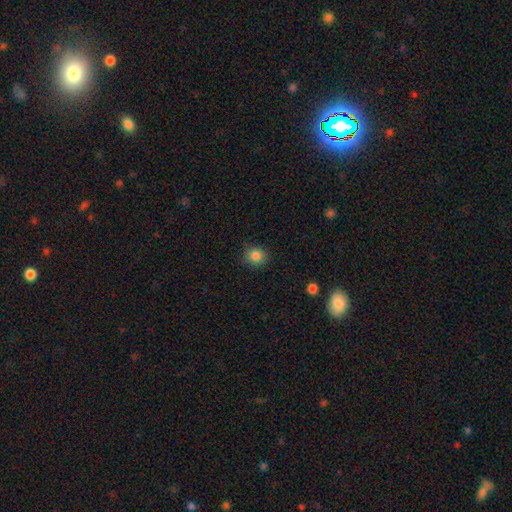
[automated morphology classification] Smooth or featured? Predicted: smooth (p=0.84). How rounded? Predicted: round (p=0.79). Merging? Predicted: none (p=0.84).